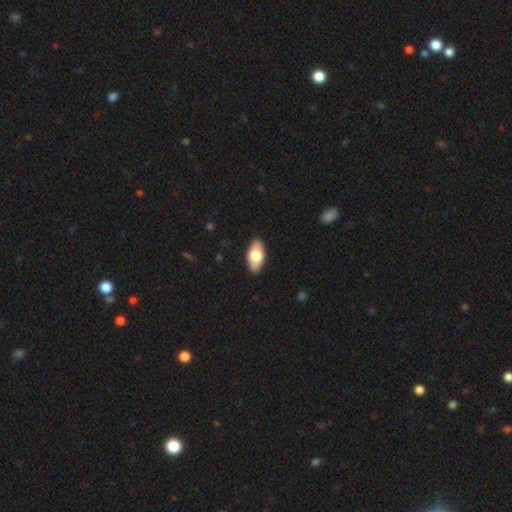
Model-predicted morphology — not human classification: A smooth galaxy with no disk features (71%) that is in between round and cigar-shaped (91%). Merging: none (88%).